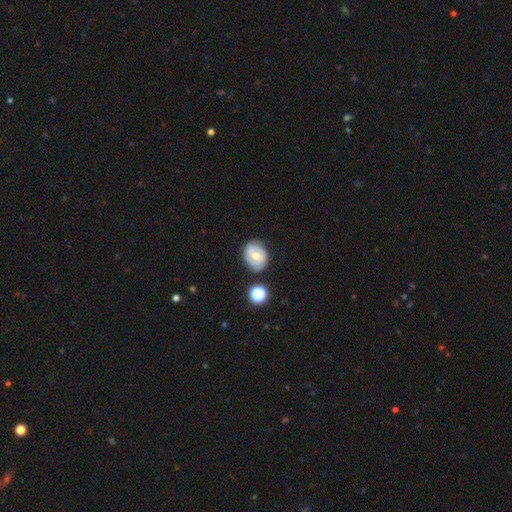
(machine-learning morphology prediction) The model was most divided on "smooth or featured": smooth: 50%, featured or disk: 41%, star or artifact: 9%. More confident: merging — none (75%); how rounded — in between (56%).